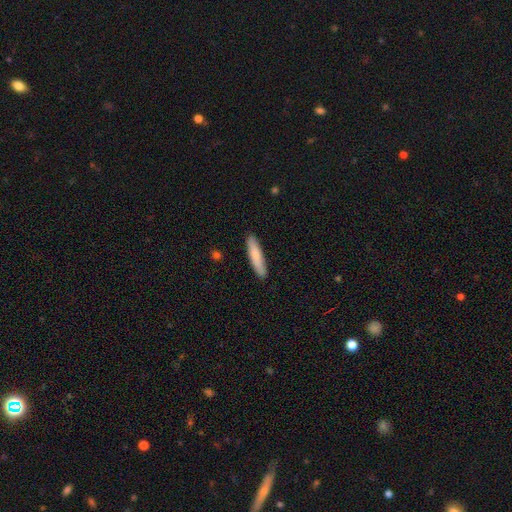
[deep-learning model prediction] Smooth or featured? smooth (80%)
How rounded? cigar-shaped (86%)
Merging? none (89%)